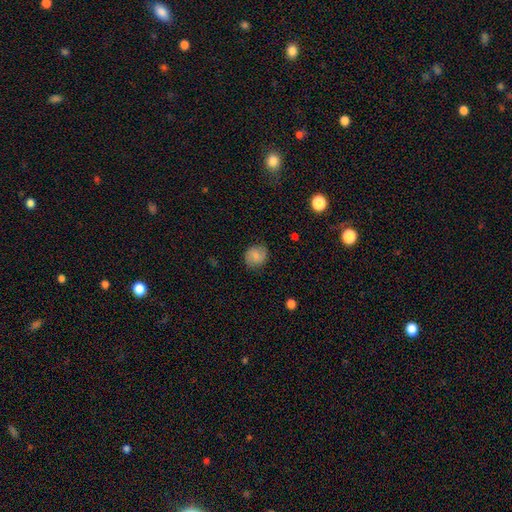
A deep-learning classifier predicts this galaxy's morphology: The model was most divided on "smooth or featured": smooth: 70%, featured or disk: 22%, star or artifact: 8%. More confident: merging — none (82%); how rounded — round (77%).